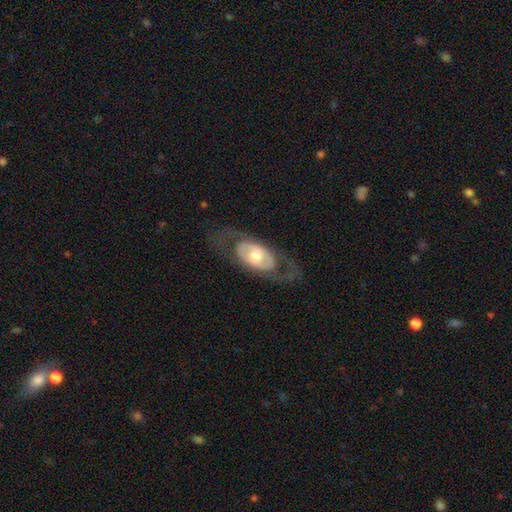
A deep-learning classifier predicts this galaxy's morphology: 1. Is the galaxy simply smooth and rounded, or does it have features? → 65% featured or disk, 30% smooth, 5% star or artifact.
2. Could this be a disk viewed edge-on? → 87% no, 13% yes.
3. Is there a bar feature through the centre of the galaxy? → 78% no, 15% weak, 6% strong.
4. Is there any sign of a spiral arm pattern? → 67% no, 33% yes.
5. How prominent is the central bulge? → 67% moderate, 15% small, 15% large, 2% dominant, 1% none.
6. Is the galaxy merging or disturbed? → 71% none, 14% major disturbance, 13% minor disturbance, 1% merger.